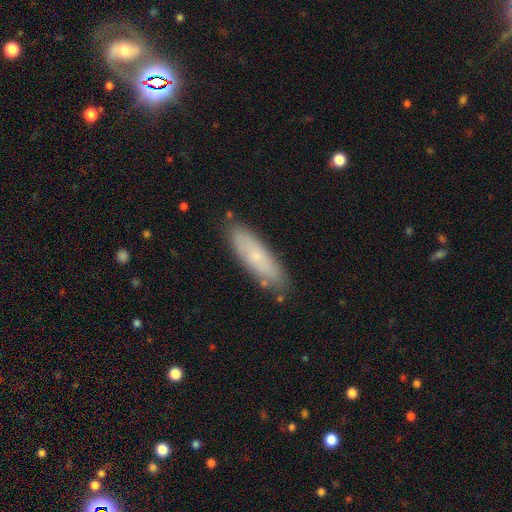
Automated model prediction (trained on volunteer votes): Smooth or featured: smooth — 65% (featured or disk — 28%)
How rounded: cigar-shaped — 55% (in between — 43%)
Merging: none — 82% (minor disturbance — 13%)